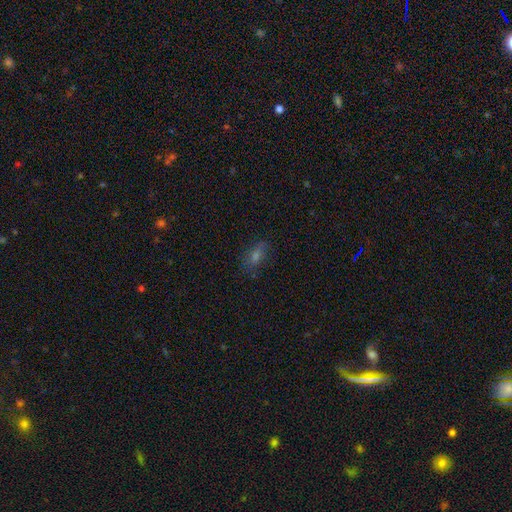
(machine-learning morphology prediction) type=smooth (57%); roundness=in between (76%); merging=none (79%).